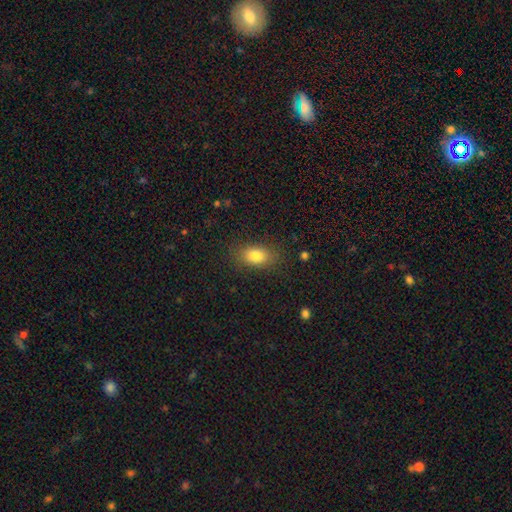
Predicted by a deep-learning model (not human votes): Smooth or featured? smooth (82%)
How rounded? in between (86%)
Merging? none (84%)